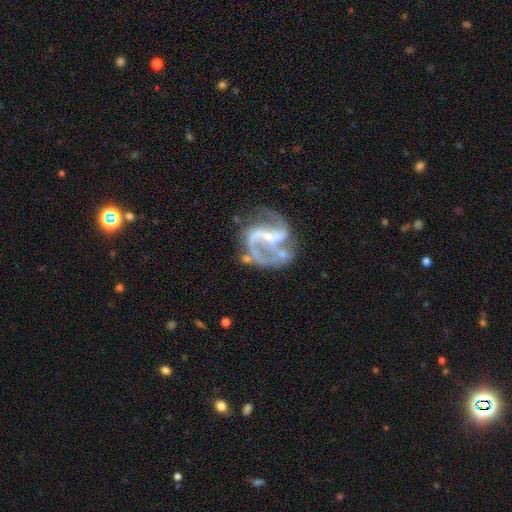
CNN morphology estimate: Smooth or featured? Predicted: featured or disk (p=0.90). Edge-on disk? Predicted: no (p=0.98). Bar? Predicted: weak (p=0.42). Spiral arms? Predicted: yes (p=0.96). Spiral winding? Predicted: medium (p=0.49). Spiral arm count? Predicted: 2 (p=0.64). Bulge size? Predicted: small (p=0.69). Merging? Predicted: none (p=0.46).